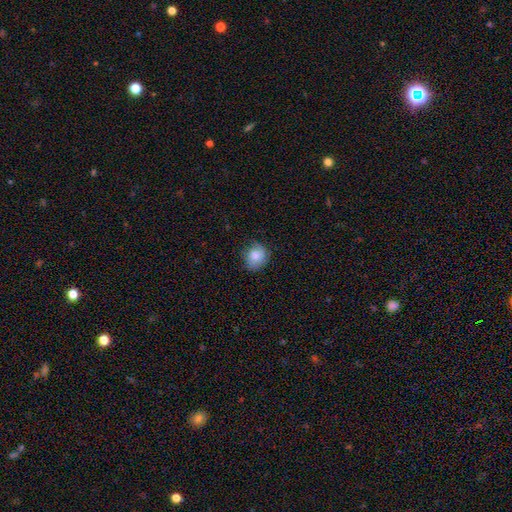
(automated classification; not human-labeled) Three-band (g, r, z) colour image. It shows a smooth galaxy with no disk features (79%) that is round (73%). Merging: none (71%).